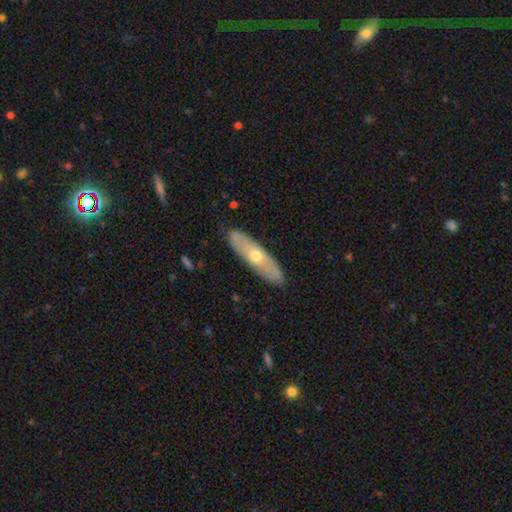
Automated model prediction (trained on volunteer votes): This is possibly a smooth galaxy (47%, tied with featured or disk). Merging: clearly none (87%).